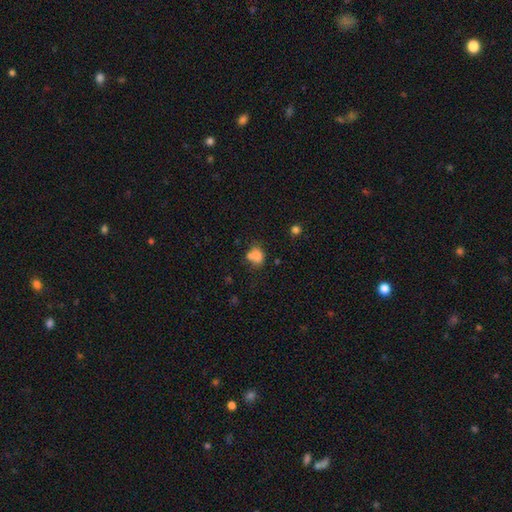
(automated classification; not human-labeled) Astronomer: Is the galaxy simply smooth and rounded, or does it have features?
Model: smooth — 76%.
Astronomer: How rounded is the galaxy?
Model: in between — 50% (runner-up: round, 49%).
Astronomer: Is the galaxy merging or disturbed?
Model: none — 44% (runner-up: merger, 30%).